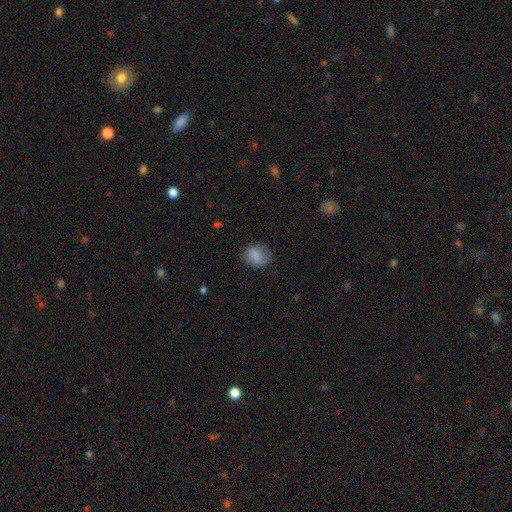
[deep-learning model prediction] The model was most divided on "how rounded": round: 55%, in between: 43%, cigar-shaped: 1%. More confident: smooth or featured — smooth (82%); merging — none (73%).